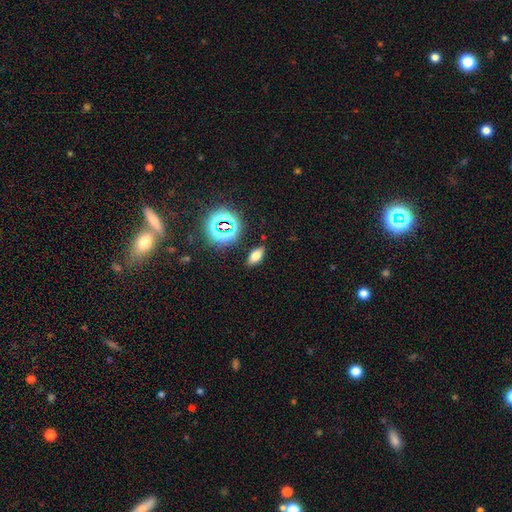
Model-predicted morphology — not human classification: type=smooth (65%); roundness=in between (79%); merging=none (87%).